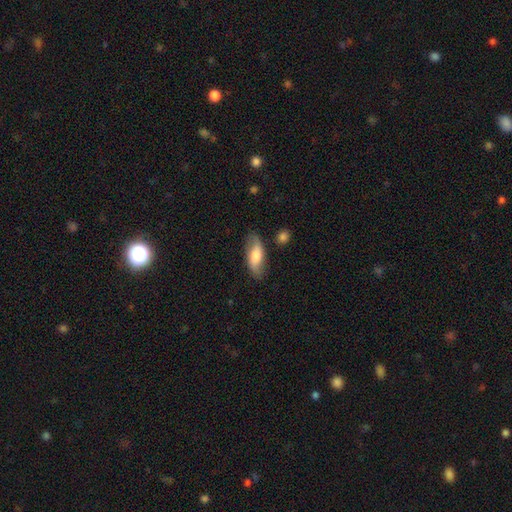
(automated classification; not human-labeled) Smooth or featured? smooth (61%)
How rounded? in between (77%)
Merging? none (77%)